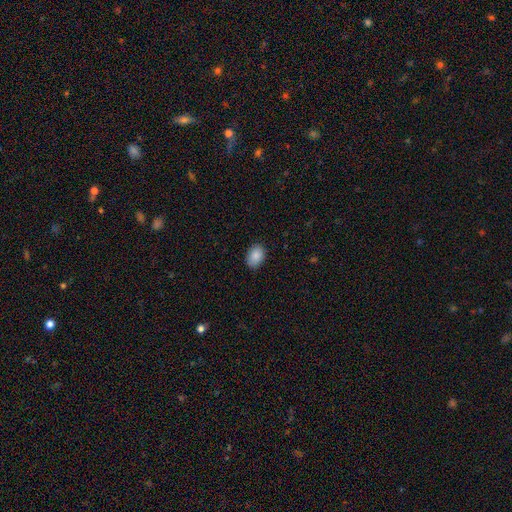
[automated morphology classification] Q: Smooth or featured?
A: smooth (88%); runner-up: star or artifact (7%)
Q: How rounded?
A: in between (82%); runner-up: round (17%)
Q: Merging?
A: none (85%); runner-up: minor disturbance (11%)